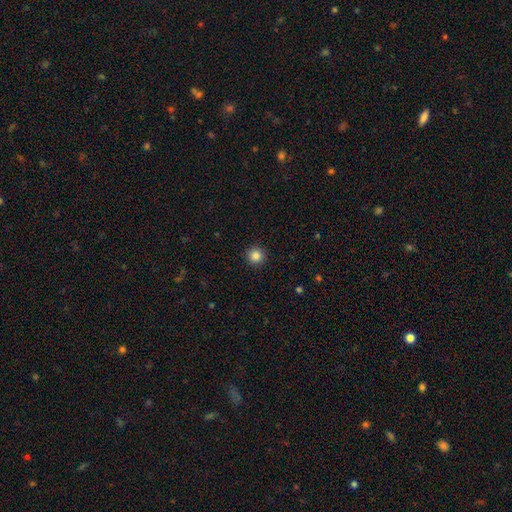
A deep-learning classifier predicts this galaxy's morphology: type=smooth (85%); roundness=round (95%); merging=none (93%).